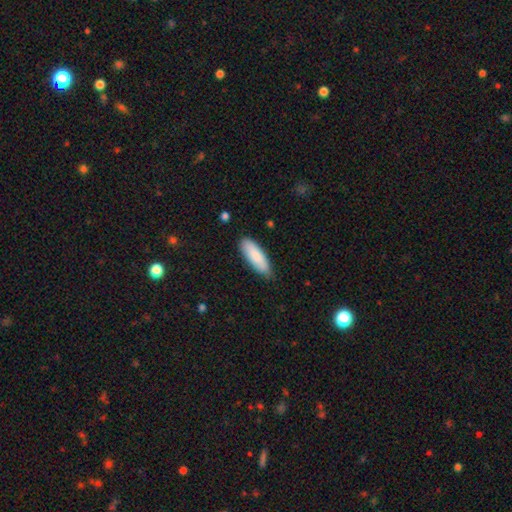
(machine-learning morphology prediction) smooth_or_featured: smooth (p=0.87) [alt: featured or disk p=0.08]
how_rounded: in between (p=0.62) [alt: cigar-shaped p=0.37]
merging: none (p=0.81) [alt: minor disturbance p=0.16]